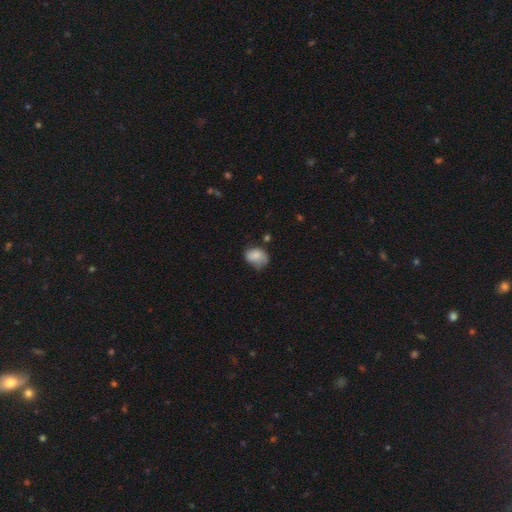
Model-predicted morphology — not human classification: A smooth galaxy with no disk features (77%) that is in between round and cigar-shaped (60%). Merging: none (48%).